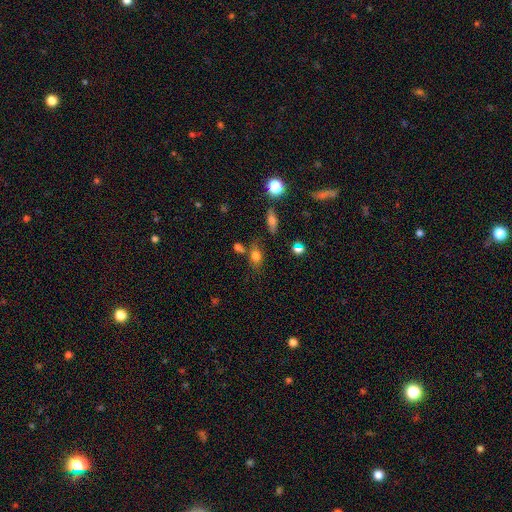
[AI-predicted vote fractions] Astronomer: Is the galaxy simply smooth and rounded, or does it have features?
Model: smooth — 76%.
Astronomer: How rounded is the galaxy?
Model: in between — 71%.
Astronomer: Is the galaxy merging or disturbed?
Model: none — 59%.